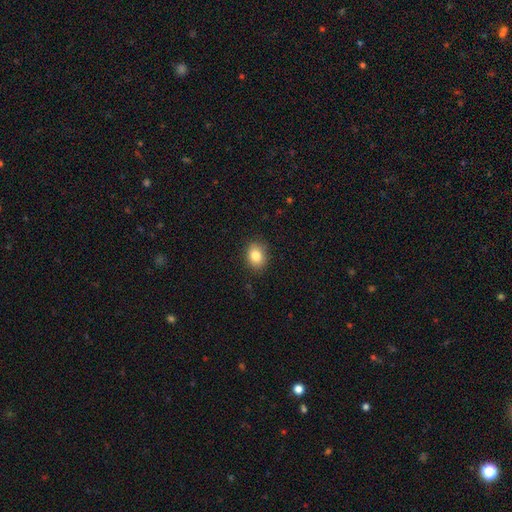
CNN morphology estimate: This is clearly a smooth galaxy (84%). How rounded: likely in between (60%). Merging: clearly none (86%).